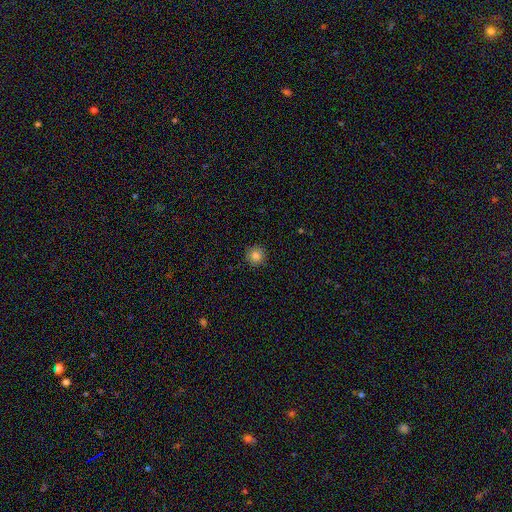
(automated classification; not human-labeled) Smooth or featured? smooth (83%)
How rounded? round (95%)
Merging? none (91%)